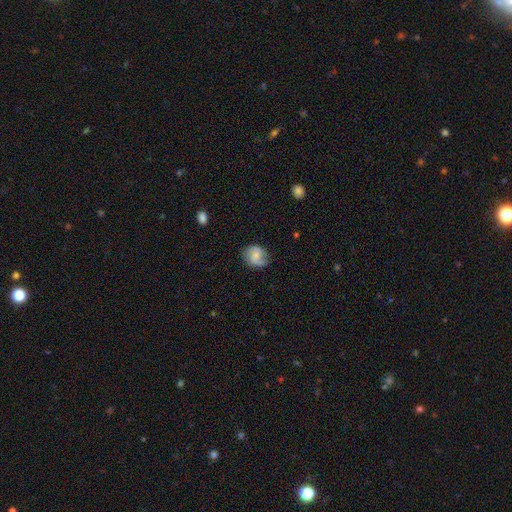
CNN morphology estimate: Overall: smooth (58%; featured or disk 34%). How rounded: round (69%; in between 30%). Merging: none (69%).